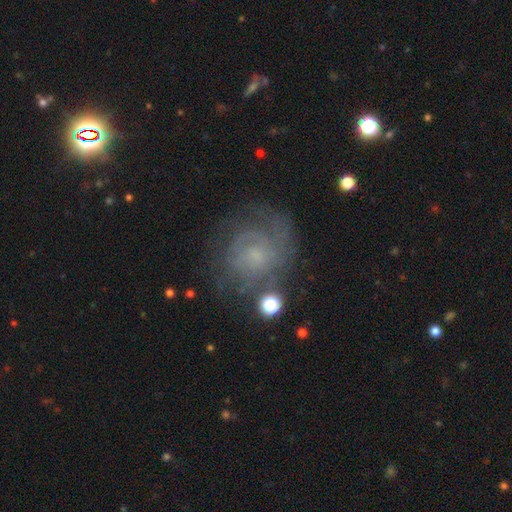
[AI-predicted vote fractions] smooth-or-featured: featured or disk: 66% | smooth: 22% | star or artifact: 12%
  disk-edge-on: no: 98% | yes: 2%
    bar: no: 70% | weak: 26% | strong: 4%
    has-spiral-arms: yes: 85% | no: 15%
      spiral-winding: tight: 54% | medium: 33% | loose: 13%
      spiral-arm-count: can't tell: 44% | 2: 27% | 3: 12% | 1: 9% | 4: 5% | more than 4: 4%
    bulge-size: small: 54% | none: 25% | moderate: 17% | large: 2% | dominant: 1%
  merging: none: 65% | minor disturbance: 18% | major disturbance: 14% | merger: 3%